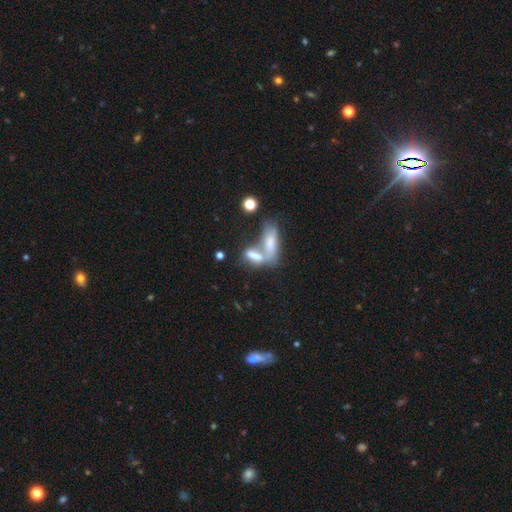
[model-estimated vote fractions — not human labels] The model was most divided on "smooth or featured": smooth: 41%, featured or disk: 40%, star or artifact: 19%. More confident: merging — merger (62%).